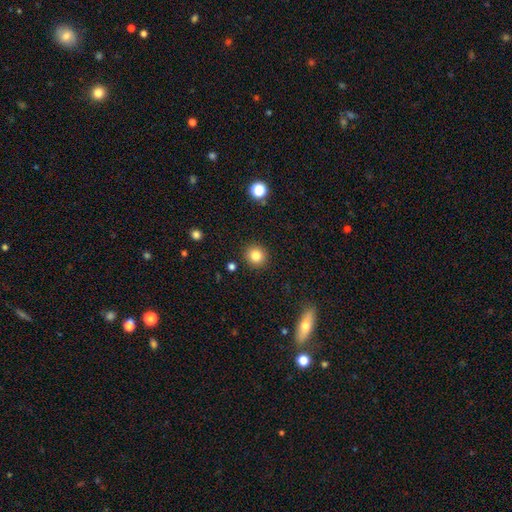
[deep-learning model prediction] smooth 83%, star or artifact 11%, featured or disk 6%. Down the decision tree: how rounded — round (92%); merging — none (91%).